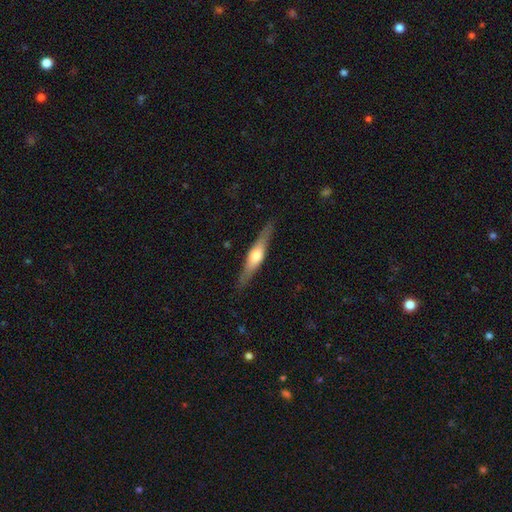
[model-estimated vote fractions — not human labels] Smooth or featured? Predicted: featured or disk (p=0.63). Edge-on disk? Predicted: yes (p=0.96). Edge-on bulge? Predicted: rounded (p=0.88). Merging? Predicted: none (p=0.87).